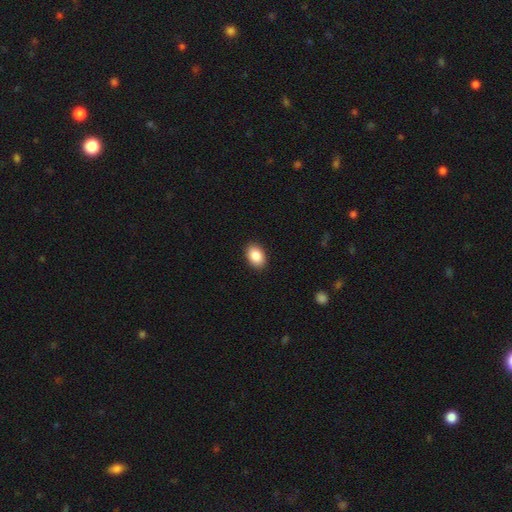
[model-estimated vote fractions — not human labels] This appears to be a smooth galaxy with no disk features (88%) that is in between round and cigar-shaped (85%). Merging: none (90%).